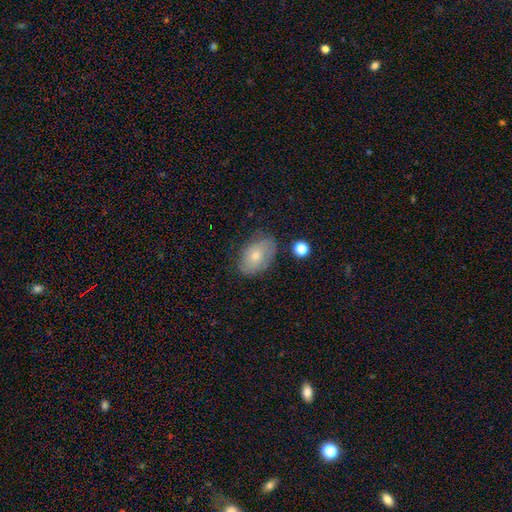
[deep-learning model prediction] The model was most divided on "smooth or featured": smooth: 57%, featured or disk: 35%, star or artifact: 8%. More confident: how rounded — in between (85%); merging — none (69%).